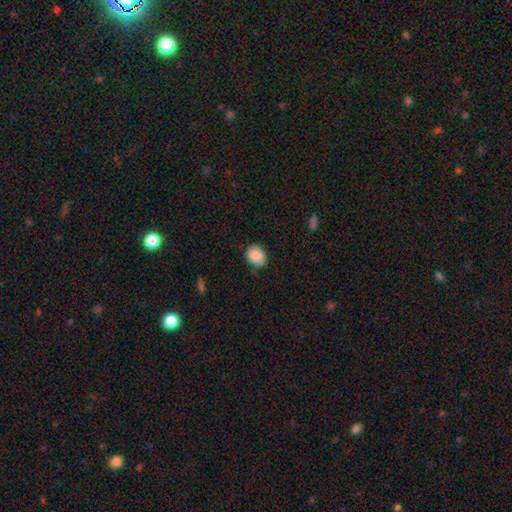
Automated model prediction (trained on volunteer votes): Morphology: type=smooth (87%); roundness=round (52%); merging=none (71%).